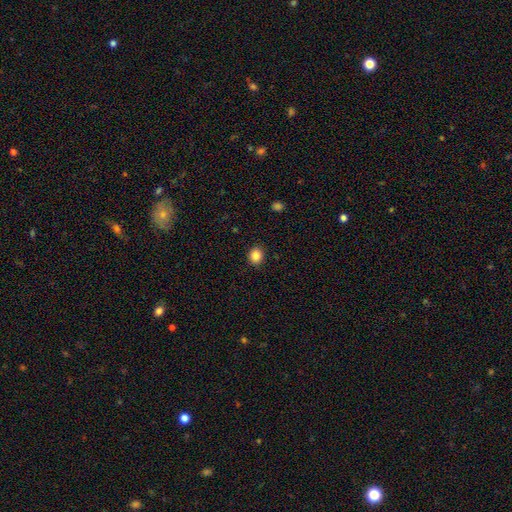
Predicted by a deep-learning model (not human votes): A smooth galaxy with no disk features (85%) that is round (75%). Merging: none (91%).